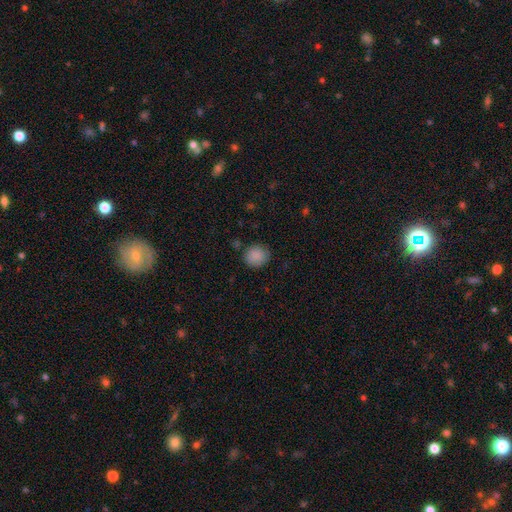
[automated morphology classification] A smooth galaxy with no disk features (88%) that is round (82%).

Vote fractions:
- Smooth or featured? smooth: 88% / star or artifact: 8% / featured or disk: 4%
- How rounded? round: 82% / in between: 17% / cigar-shaped: 1%
- Merging? none: 84% / minor disturbance: 11% / major disturbance: 3% / merger: 2%